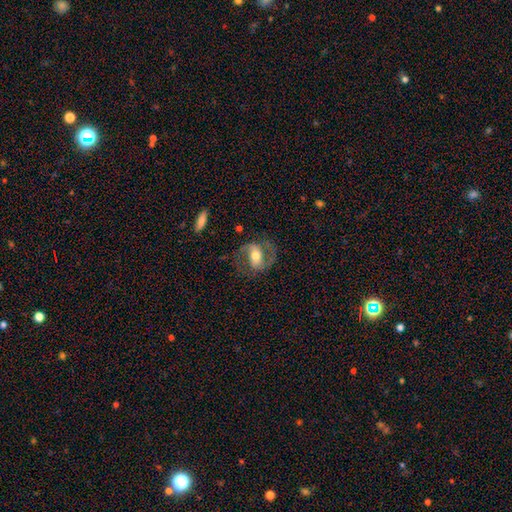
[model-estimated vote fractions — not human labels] featured or disk 80%, smooth 14%, star or artifact 6%. Down the decision tree: edge-on disk — no (96%); bar — strong (37%); spiral arms — yes (92%); spiral arm count — 2 (90%); spiral winding — medium (56%); bulge size — moderate (68%); merging — none (72%).